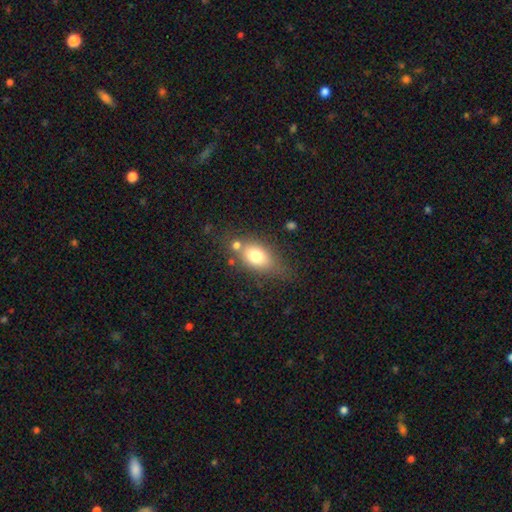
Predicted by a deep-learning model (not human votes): smooth-or-featured: smooth: 74% | featured or disk: 17% | star or artifact: 9%
  how-rounded: in between: 79% | round: 16% | cigar-shaped: 5%
  merging: none: 57% | minor disturbance: 19% | merger: 15% | major disturbance: 8%